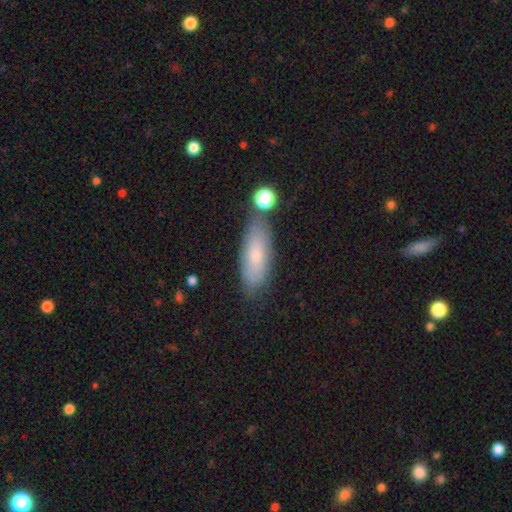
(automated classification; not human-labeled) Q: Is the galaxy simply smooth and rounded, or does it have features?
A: smooth — 71%.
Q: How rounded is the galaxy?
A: in between — 70%.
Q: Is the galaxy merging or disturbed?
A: none — 73%.